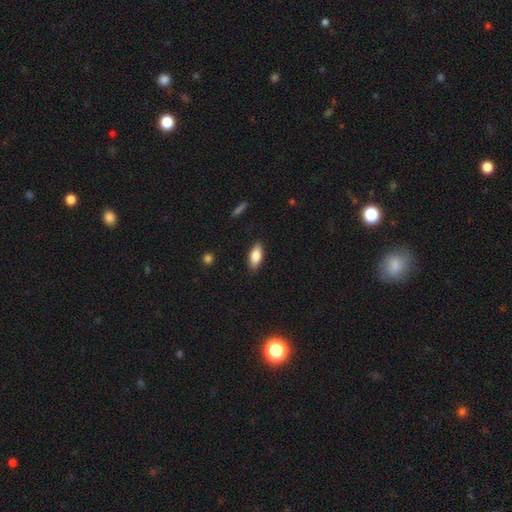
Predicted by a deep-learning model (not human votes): This is clearly a smooth galaxy (81%). How rounded: clearly in between (81%). Merging: clearly none (87%).